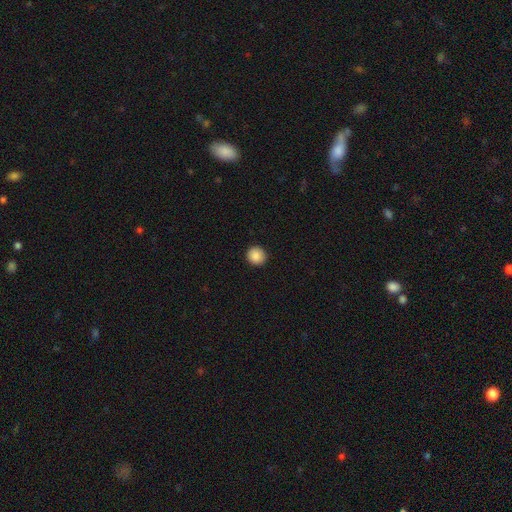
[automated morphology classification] A smooth galaxy with no disk features (88%) that is round (91%).

Vote fractions:
- Smooth or featured? smooth: 88% / star or artifact: 9% / featured or disk: 3%
- How rounded? round: 91% / in between: 8% / cigar-shaped: 1%
- Merging? none: 92% / minor disturbance: 6% / major disturbance: 2% / merger: 1%